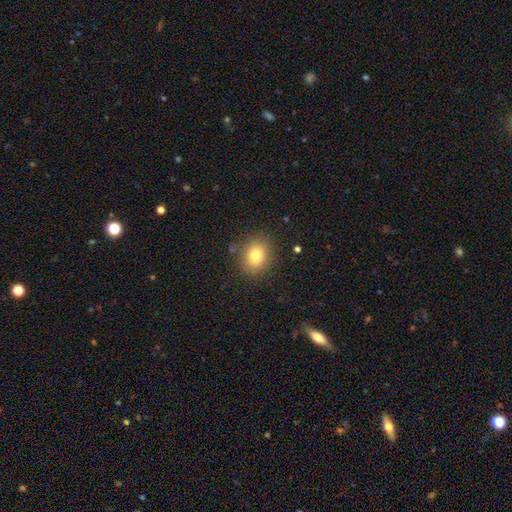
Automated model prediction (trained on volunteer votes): Smooth or featured?
  - smooth: 79% *
  - star or artifact: 11%
  - featured or disk: 10%
How rounded?
  - round: 60% *
  - in between: 39%
  - cigar-shaped: 1%
Merging?
  - none: 84% *
  - minor disturbance: 10%
  - major disturbance: 4%
  - merger: 2%